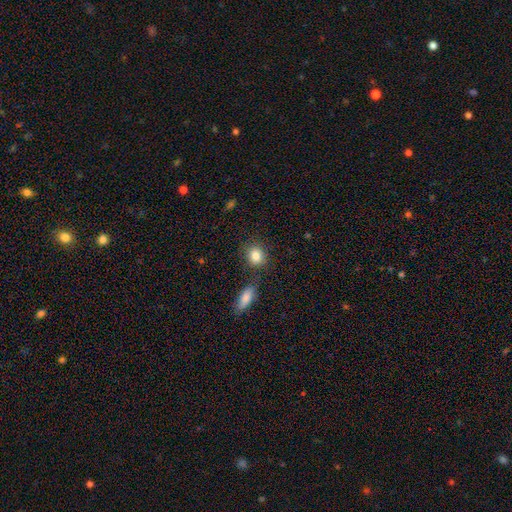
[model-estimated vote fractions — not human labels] This is clearly a smooth galaxy (84%). How rounded: likely round (67%). Merging: likely none (77%).